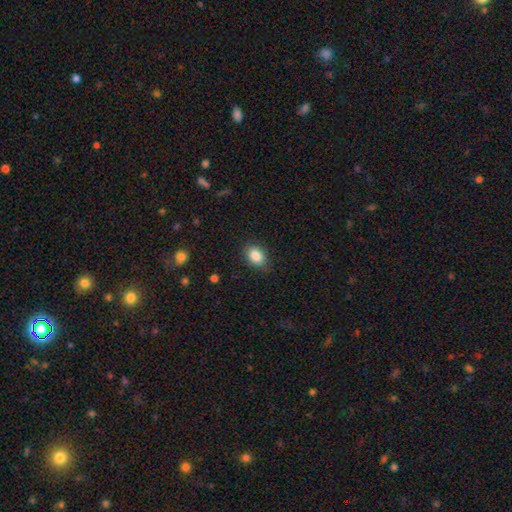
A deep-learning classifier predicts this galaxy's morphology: A smooth galaxy with no disk features (87%) that is in between round and cigar-shaped (77%).

Vote fractions:
- Smooth or featured? smooth: 87% / star or artifact: 8% / featured or disk: 5%
- How rounded? in between: 77% / round: 22% / cigar-shaped: 1%
- Merging? none: 84% / minor disturbance: 12% / major disturbance: 3% / merger: 1%